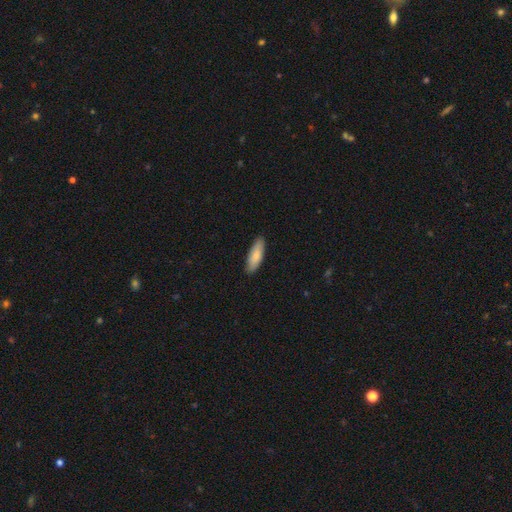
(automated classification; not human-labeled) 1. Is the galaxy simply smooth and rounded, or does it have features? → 84% smooth, 11% featured or disk, 5% star or artifact.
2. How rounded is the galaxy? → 52% in between, 46% cigar-shaped, 2% round.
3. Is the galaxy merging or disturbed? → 89% none, 8% minor disturbance, 2% major disturbance, 1% merger.